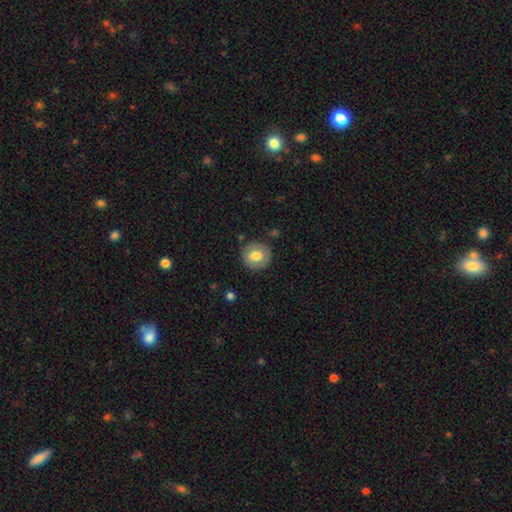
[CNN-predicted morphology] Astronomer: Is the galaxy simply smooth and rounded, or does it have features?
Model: smooth — 76%.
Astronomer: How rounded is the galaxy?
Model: round — 86%.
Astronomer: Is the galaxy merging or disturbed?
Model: none — 86%.